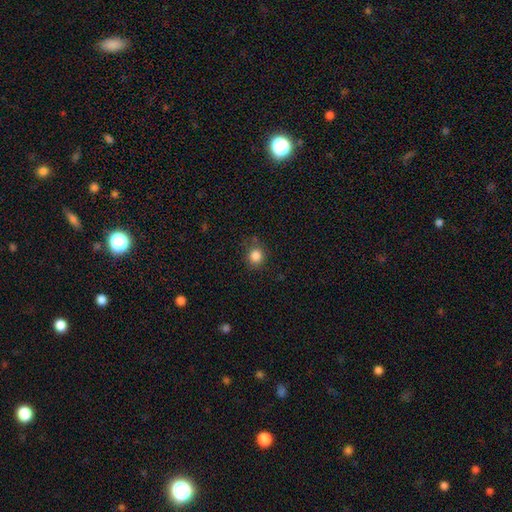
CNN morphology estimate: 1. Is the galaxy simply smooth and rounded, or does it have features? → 84% smooth, 11% star or artifact, 5% featured or disk.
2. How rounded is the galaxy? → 82% round, 17% in between, 1% cigar-shaped.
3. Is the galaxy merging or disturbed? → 77% none, 17% minor disturbance, 5% major disturbance, 2% merger.